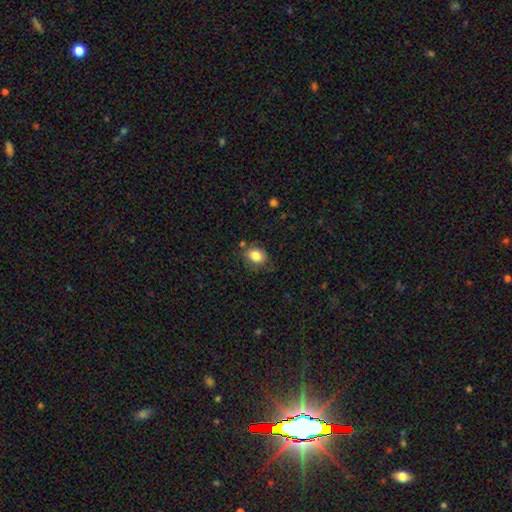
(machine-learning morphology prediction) The model was most divided on "how rounded": in between: 51%, round: 48%, cigar-shaped: 1%. More confident: smooth or featured — smooth (83%); merging — none (73%).